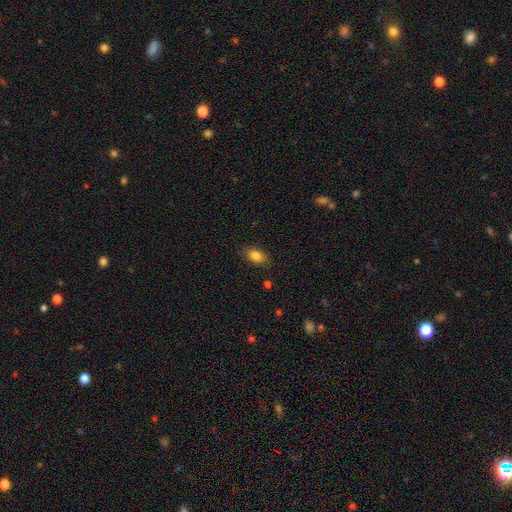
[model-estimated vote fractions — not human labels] smooth 85%, star or artifact 9%, featured or disk 6%. Down the decision tree: how rounded — in between (84%); merging — none (84%).